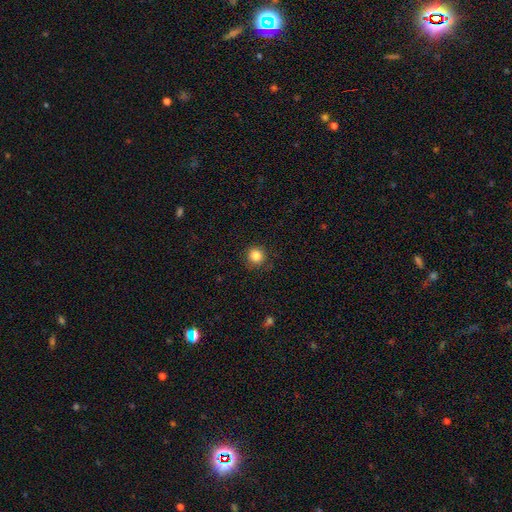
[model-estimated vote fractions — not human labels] The model was most divided on "smooth or featured": smooth: 85%, star or artifact: 11%, featured or disk: 4%. More confident: how rounded — round (93%); merging — none (88%).